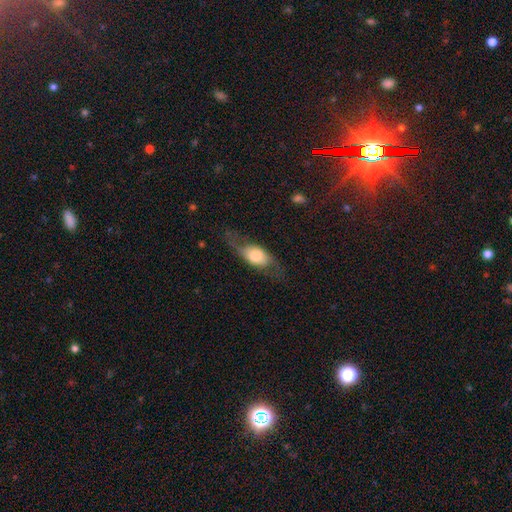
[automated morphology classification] This appears to be a featured or disk galaxy (50%). Merging: none (62%).